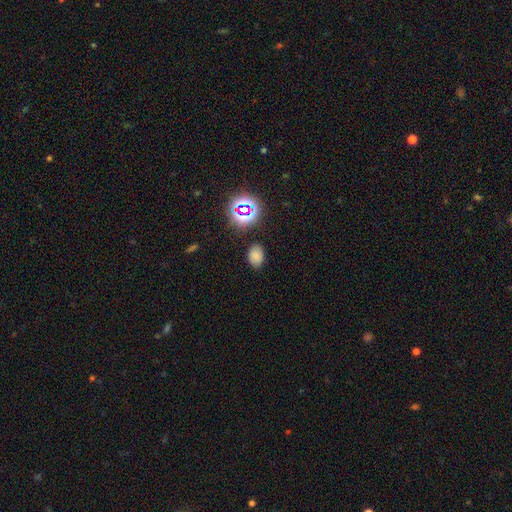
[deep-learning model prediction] Morphology: type=smooth (73%); roundness=in between (77%); merging=none (82%).